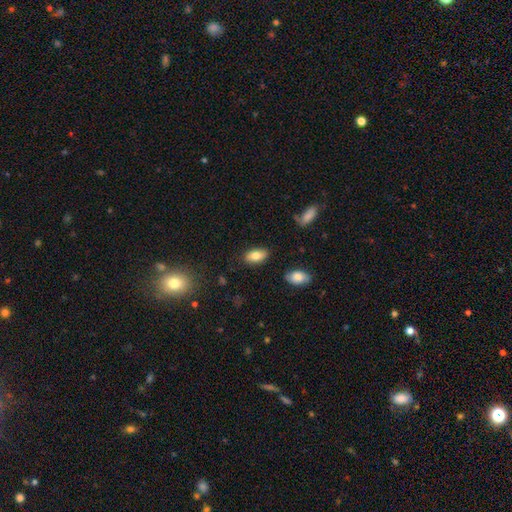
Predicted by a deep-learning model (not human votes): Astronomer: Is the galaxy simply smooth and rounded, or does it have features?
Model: smooth — 79%.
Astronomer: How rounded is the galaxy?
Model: in between — 91%.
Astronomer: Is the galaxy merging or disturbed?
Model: none — 85%.